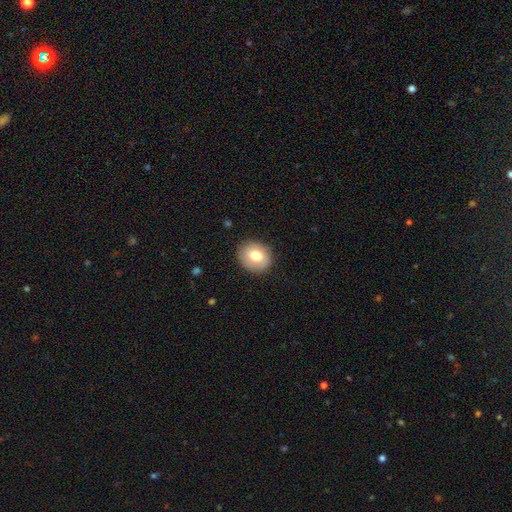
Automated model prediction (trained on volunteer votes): smooth_or_featured: smooth (p=0.74) [alt: featured or disk p=0.17]
how_rounded: round (p=0.69) [alt: in between p=0.31]
merging: none (p=0.87) [alt: minor disturbance p=0.10]